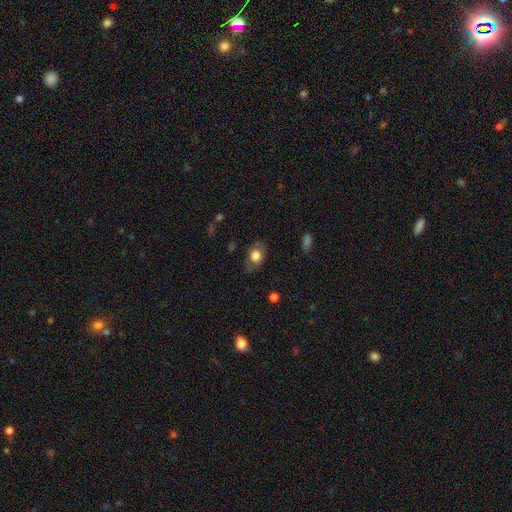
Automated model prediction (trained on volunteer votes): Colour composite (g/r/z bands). It shows a smooth galaxy with no disk features (68%) that is in between round and cigar-shaped (72%). Merging: none (74%).